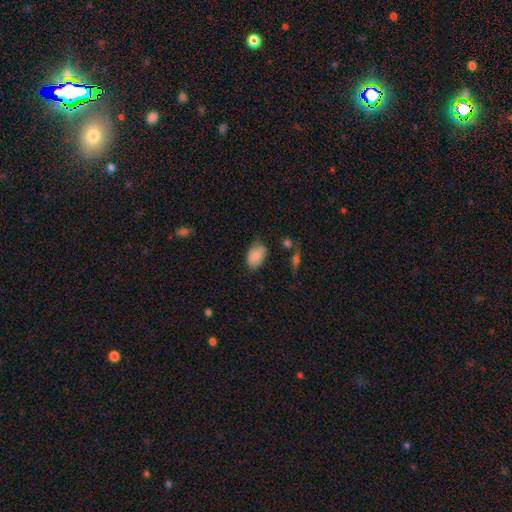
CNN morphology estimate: Smooth or featured?
  - smooth: 83% *
  - featured or disk: 9%
  - star or artifact: 7%
How rounded?
  - in between: 90% *
  - round: 8%
  - cigar-shaped: 1%
Merging?
  - none: 62% *
  - minor disturbance: 30%
  - major disturbance: 6%
  - merger: 2%